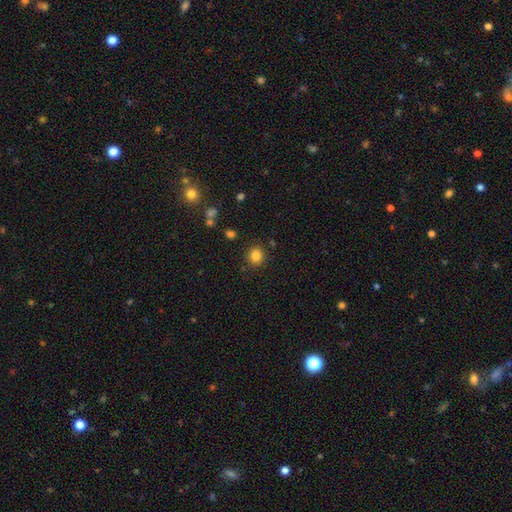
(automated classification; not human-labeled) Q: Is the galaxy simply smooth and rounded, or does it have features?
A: smooth — 83%.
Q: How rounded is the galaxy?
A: round — 87%.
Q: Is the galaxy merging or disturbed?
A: none — 88%.